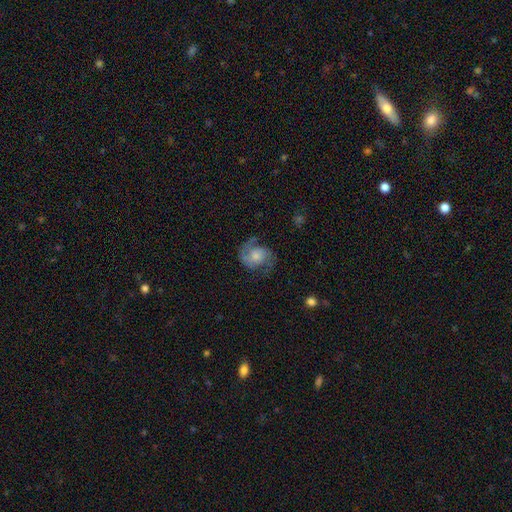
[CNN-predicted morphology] Smooth or featured? Predicted: featured or disk (p=0.83). Edge-on disk? Predicted: no (p=0.98). Bar? Predicted: no (p=0.66). Spiral arms? Predicted: yes (p=0.96). Spiral winding? Predicted: medium (p=0.53). Spiral arm count? Predicted: 2 (p=0.90). Bulge size? Predicted: moderate (p=0.40). Merging? Predicted: none (p=0.69).